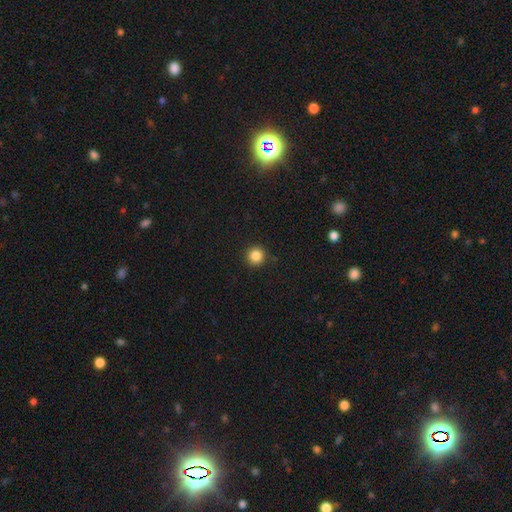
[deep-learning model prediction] This appears to be a smooth galaxy with no disk features (85%) that is round (95%). Merging: none (91%).